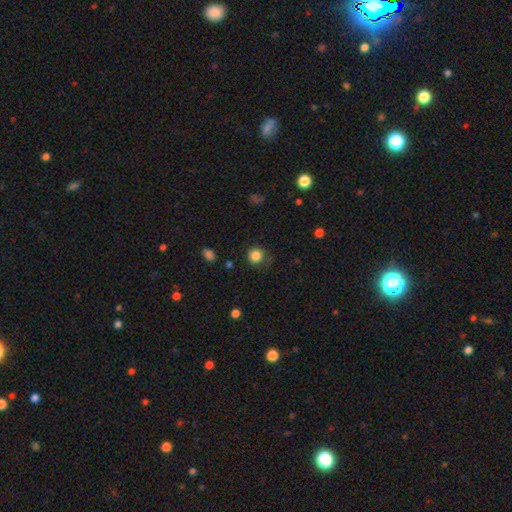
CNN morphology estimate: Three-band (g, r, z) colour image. It shows a smooth galaxy with no disk features (84%) that is round (89%). Merging: none (75%).